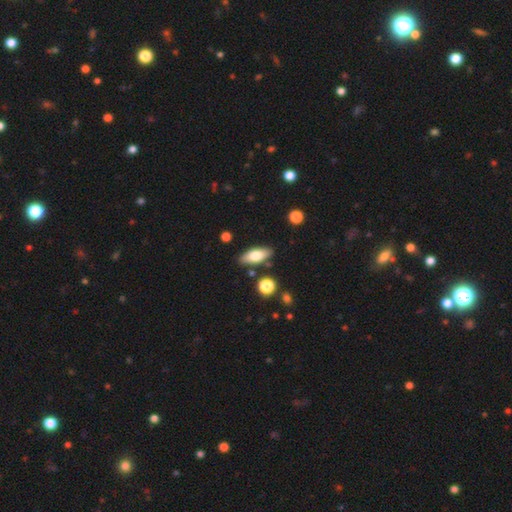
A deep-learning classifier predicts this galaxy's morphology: Smooth or featured: smooth — 71% (featured or disk — 22%)
How rounded: in between — 75% (cigar-shaped — 22%)
Merging: none — 83% (minor disturbance — 11%)